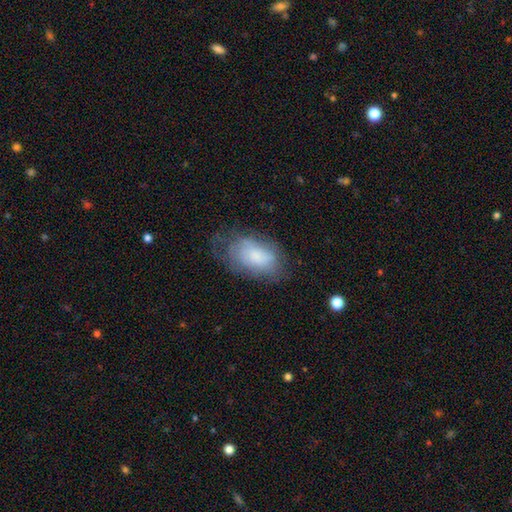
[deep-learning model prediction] Q: Smooth or featured?
A: smooth (63%); runner-up: featured or disk (28%)
Q: How rounded?
A: in between (91%); runner-up: round (7%)
Q: Merging?
A: none (52%); runner-up: minor disturbance (30%)